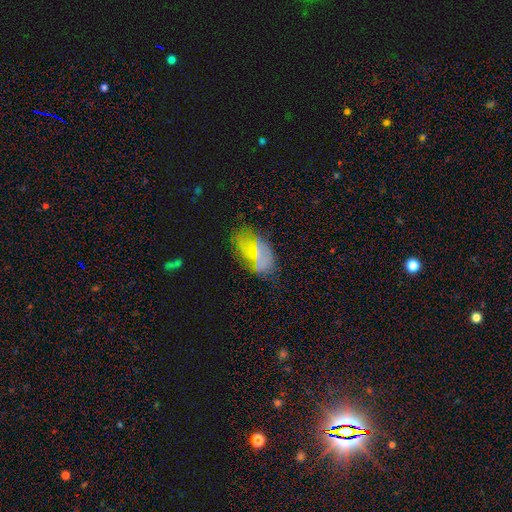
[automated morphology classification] A smooth galaxy with no disk features (45%).

Vote fractions:
- Smooth or featured? smooth: 45% / featured or disk: 29% / star or artifact: 26%
- Merging? none: 67% / minor disturbance: 21% / major disturbance: 9% / merger: 3%